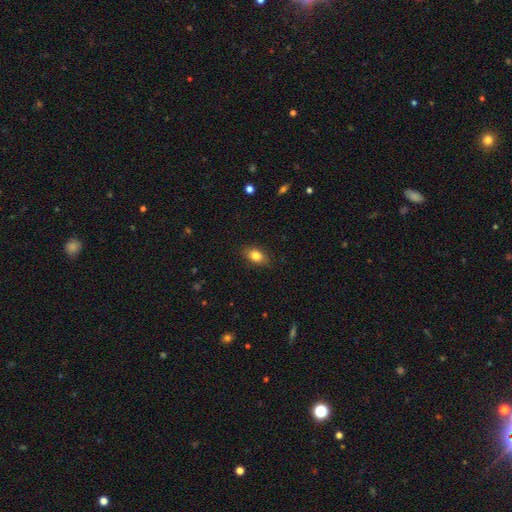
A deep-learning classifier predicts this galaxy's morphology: Smooth or featured? Predicted: smooth (p=0.82). How rounded? Predicted: in between (p=0.85). Merging? Predicted: none (p=0.86).